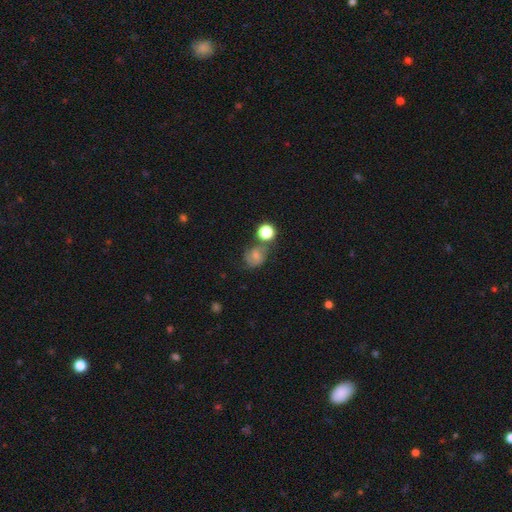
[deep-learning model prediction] This is marginally a smooth galaxy (43%, tied with featured or disk). Merging: possibly none (48%).